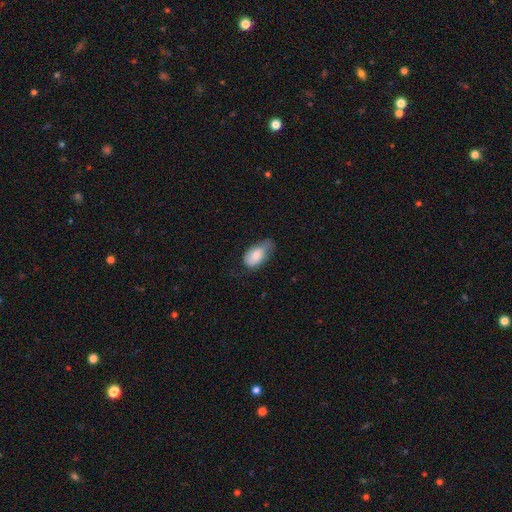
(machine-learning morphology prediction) smooth 78%, featured or disk 16%, star or artifact 6%. Down the decision tree: how rounded — in between (93%); merging — minor disturbance (45%).